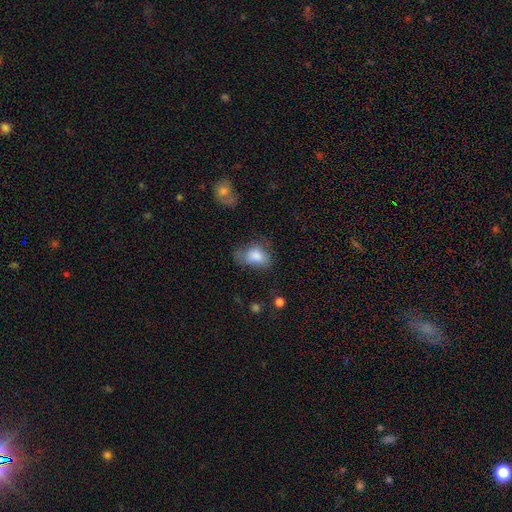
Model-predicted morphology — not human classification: Smooth or featured: smooth — 80% (featured or disk — 12%)
How rounded: in between — 79% (round — 20%)
Merging: none — 38% (minor disturbance — 34%)